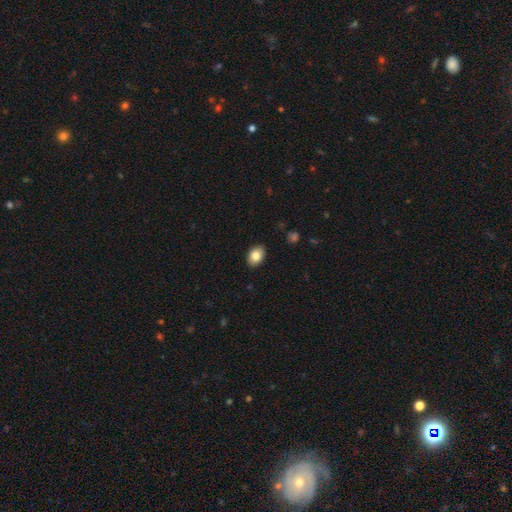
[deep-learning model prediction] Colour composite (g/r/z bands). It shows a smooth galaxy with no disk features (84%) that is in between round and cigar-shaped (80%). Merging: none (89%).